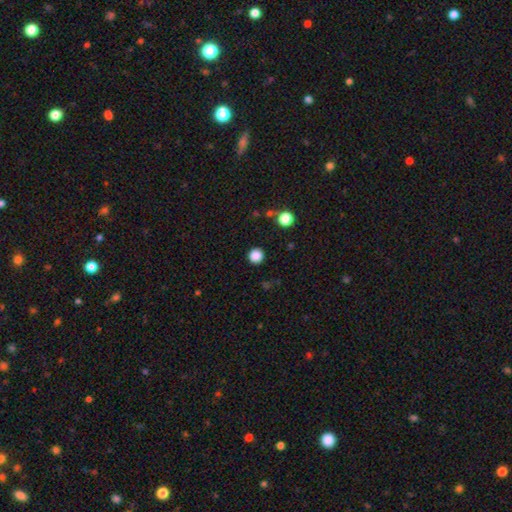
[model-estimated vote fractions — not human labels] This is clearly a smooth galaxy (86%). How rounded: clearly round (95%). Merging: clearly none (91%).